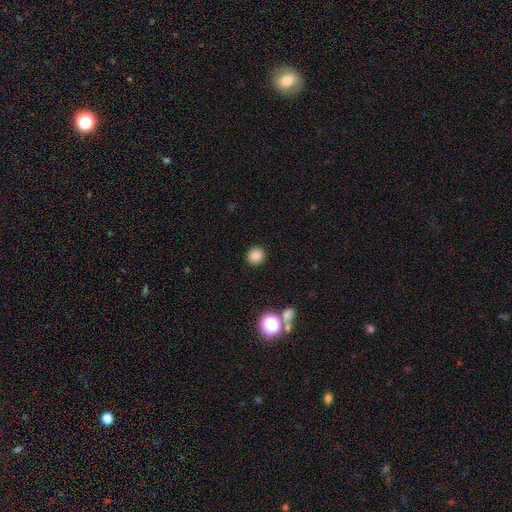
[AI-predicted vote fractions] smooth_or_featured: smooth (p=0.83) [alt: star or artifact p=0.12]
how_rounded: round (p=0.87) [alt: in between p=0.12]
merging: none (p=0.91) [alt: minor disturbance p=0.05]